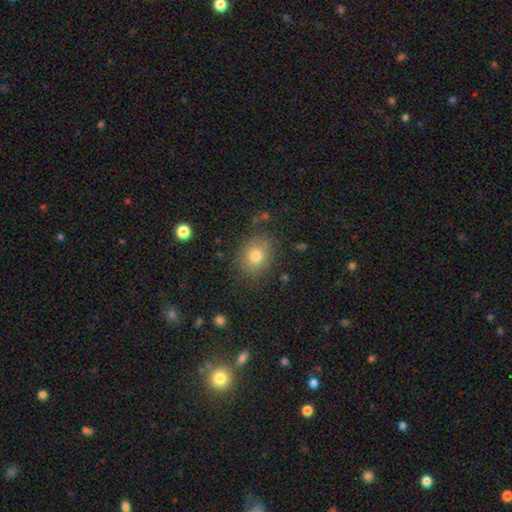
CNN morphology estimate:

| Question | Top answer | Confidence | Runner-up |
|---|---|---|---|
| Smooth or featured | smooth | 78% | star or artifact (12%) |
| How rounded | round | 65% | in between (34%) |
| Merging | none | 81% | minor disturbance (13%) |